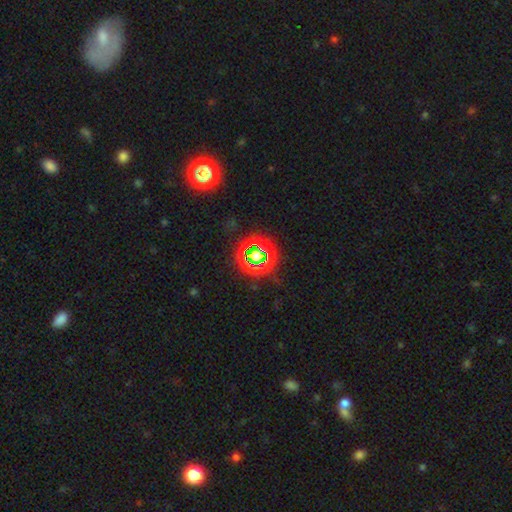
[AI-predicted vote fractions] star or artifact 61%, smooth 27%, featured or disk 12%.